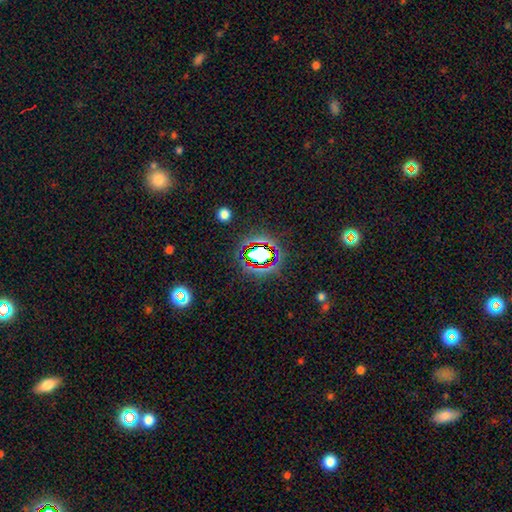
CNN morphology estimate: smooth-or-featured: star or artifact: 73% | smooth: 15% | featured or disk: 12%